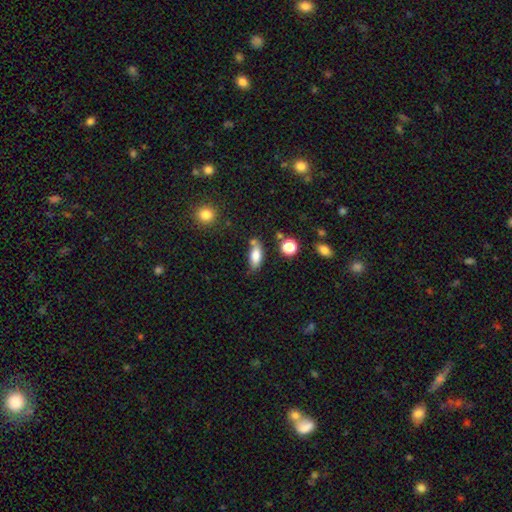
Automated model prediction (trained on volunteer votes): Smooth or featured?
  - smooth: 80% *
  - featured or disk: 11%
  - star or artifact: 9%
How rounded?
  - in between: 80% *
  - cigar-shaped: 16%
  - round: 4%
Merging?
  - none: 60% *
  - minor disturbance: 21%
  - merger: 13%
  - major disturbance: 6%